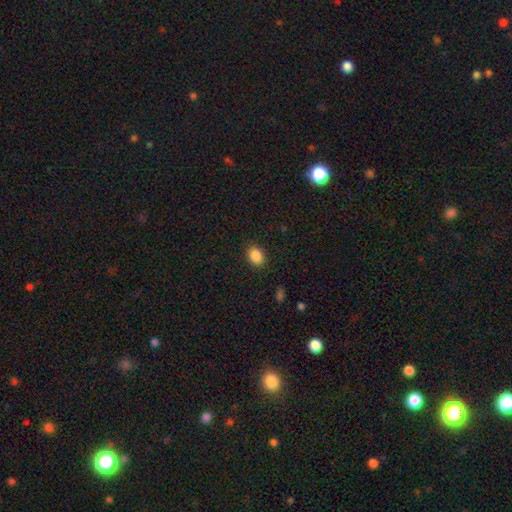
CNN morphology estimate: smooth 88%, star or artifact 9%, featured or disk 4%. Down the decision tree: how rounded — in between (67%); merging — none (88%).